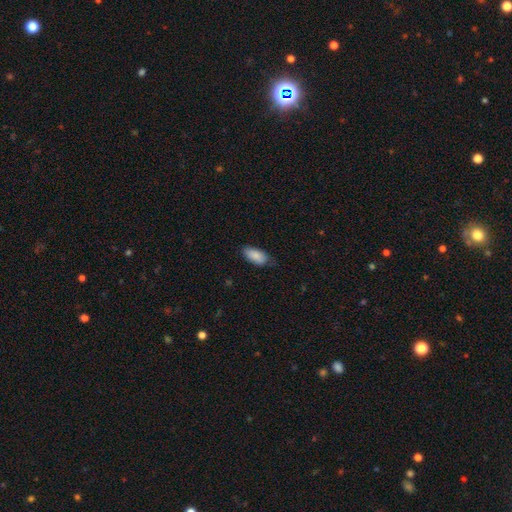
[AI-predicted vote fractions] Smooth or featured: smooth — 88% (star or artifact — 6%)
How rounded: in between — 91% (cigar-shaped — 7%)
Merging: none — 72% (minor disturbance — 24%)